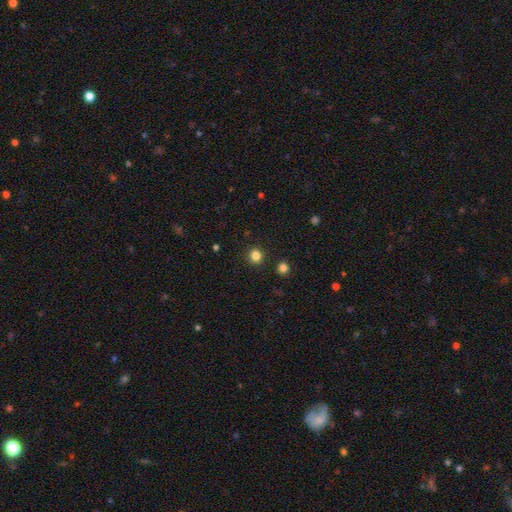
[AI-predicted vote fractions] Overall: smooth (82%). How rounded: round (89%). Merging: none (92%).